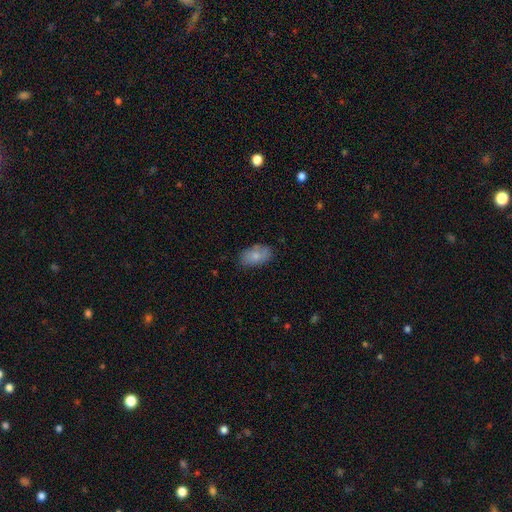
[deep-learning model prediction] A smooth galaxy with no disk features (77%) that is in between round and cigar-shaped (92%).

Vote fractions:
- Smooth or featured? smooth: 77% / featured or disk: 16% / star or artifact: 7%
- How rounded? in between: 92% / round: 6% / cigar-shaped: 2%
- Merging? none: 76% / minor disturbance: 19% / major disturbance: 4% / merger: 1%